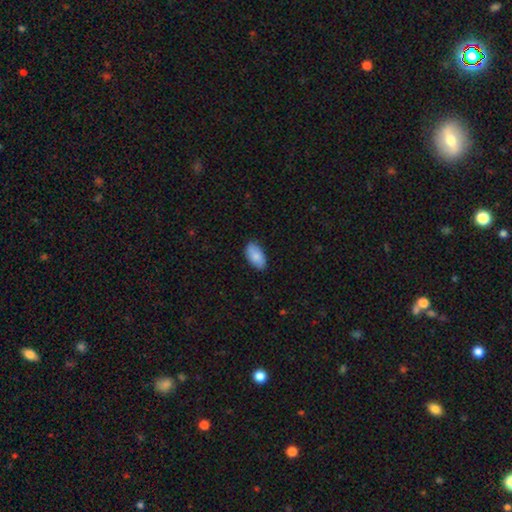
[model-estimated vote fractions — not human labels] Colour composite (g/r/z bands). It shows a smooth galaxy with no disk features (84%) that is in between round and cigar-shaped (95%). Merging: none (85%).